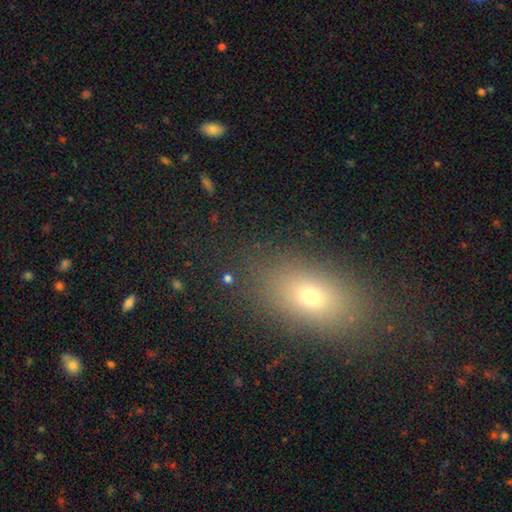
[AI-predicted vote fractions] This is likely a smooth galaxy (66%). How rounded: likely in between (77%). Merging: clearly none (84%).